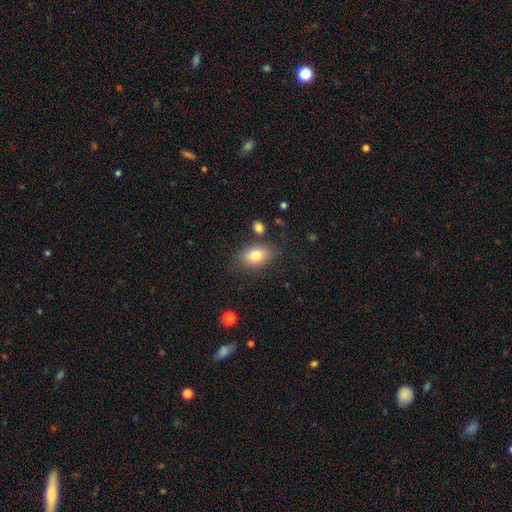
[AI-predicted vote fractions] Morphology: type=smooth (78%); roundness=in between (81%); merging=none (76%).